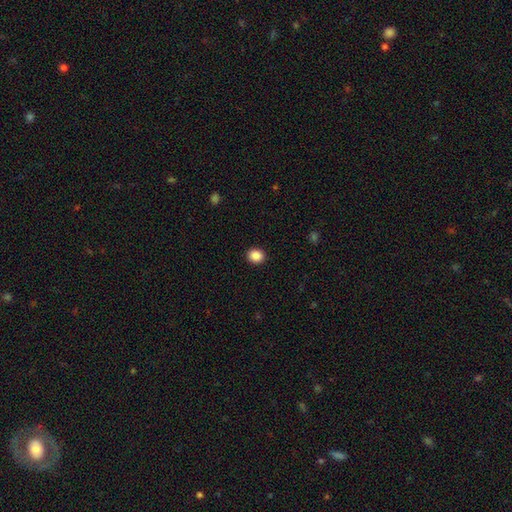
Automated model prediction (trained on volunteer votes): smooth 88%, star or artifact 9%, featured or disk 3%. Down the decision tree: how rounded — round (71%); merging — none (92%).